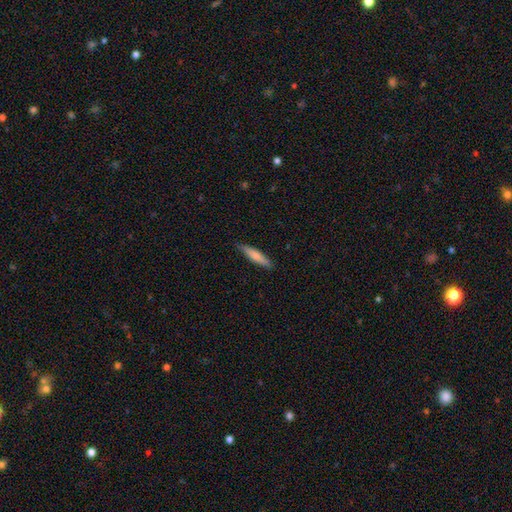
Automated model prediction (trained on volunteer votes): A smooth galaxy with no disk features (70%) that is cigar-shaped (84%).

Vote fractions:
- Smooth or featured? smooth: 70% / featured or disk: 24% / star or artifact: 6%
- How rounded? cigar-shaped: 84% / in between: 15% / round: 1%
- Merging? none: 86% / minor disturbance: 11% / major disturbance: 2% / merger: 1%